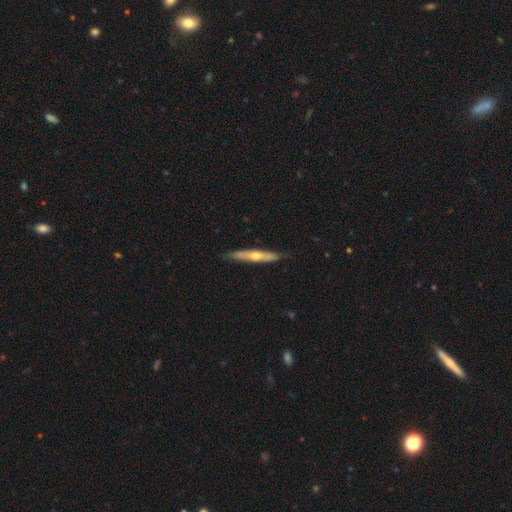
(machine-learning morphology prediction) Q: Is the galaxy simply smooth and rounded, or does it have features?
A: featured or disk — 53%.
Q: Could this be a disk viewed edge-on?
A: yes — 90%.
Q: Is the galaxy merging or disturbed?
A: none — 86%.